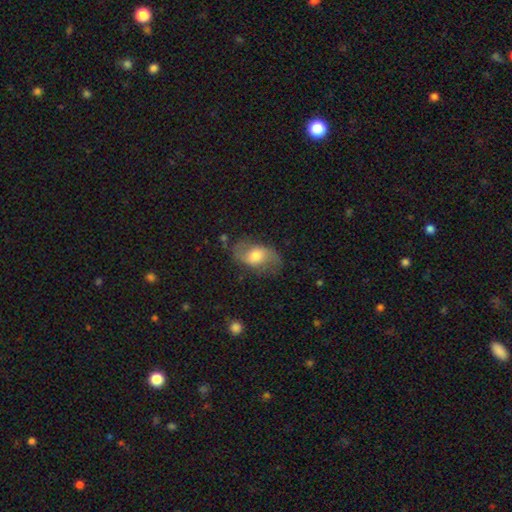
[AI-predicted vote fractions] This is possibly a featured or disk galaxy (57%). It is clearly not viewed edge-on (94%). Bar: possibly no (53%). Spiral arm pattern: clearly yes (83%). Central bulge: possibly moderate (57%). Merging: likely none (68%).